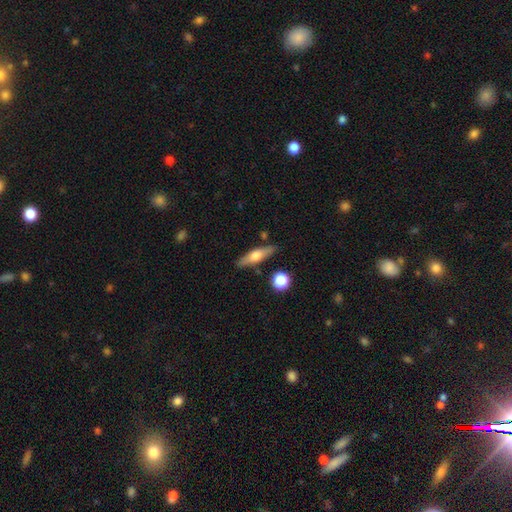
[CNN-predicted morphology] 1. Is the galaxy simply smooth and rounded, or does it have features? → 48% featured or disk, 46% smooth, 7% star or artifact.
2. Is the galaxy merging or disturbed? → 82% none, 11% minor disturbance, 4% merger, 3% major disturbance.